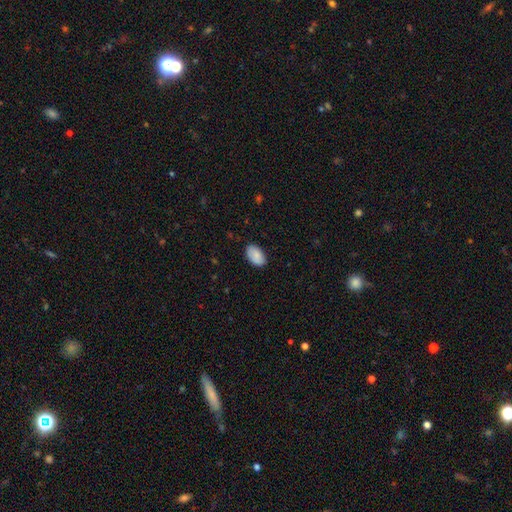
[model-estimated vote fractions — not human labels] A smooth galaxy with no disk features (86%) that is in between round and cigar-shaped (93%).

Vote fractions:
- Smooth or featured? smooth: 86% / featured or disk: 7% / star or artifact: 6%
- How rounded? in between: 93% / round: 6% / cigar-shaped: 1%
- Merging? none: 84% / minor disturbance: 13% / major disturbance: 2% / merger: 1%